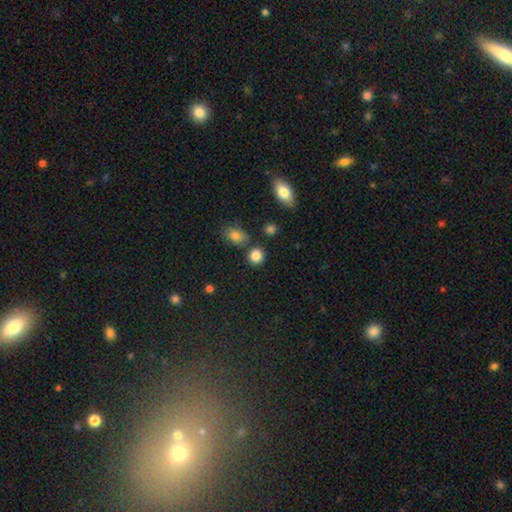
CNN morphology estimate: smooth 84%, star or artifact 11%, featured or disk 5%. Down the decision tree: how rounded — round (84%); merging — none (79%).